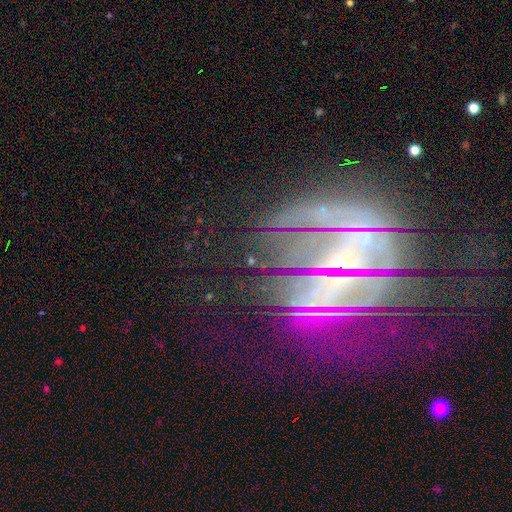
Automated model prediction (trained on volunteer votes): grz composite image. It shows a featured or disk galaxy (64%) with no bar (61%), spiral arms (56%) and a small central bulge (59%). Merging: none (49%).